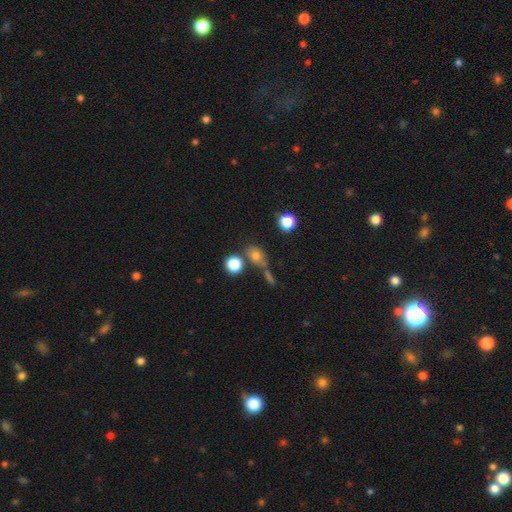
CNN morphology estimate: This is likely a smooth galaxy (74%). How rounded: possibly round (48%, tied with in between). Merging: possibly none (56%).